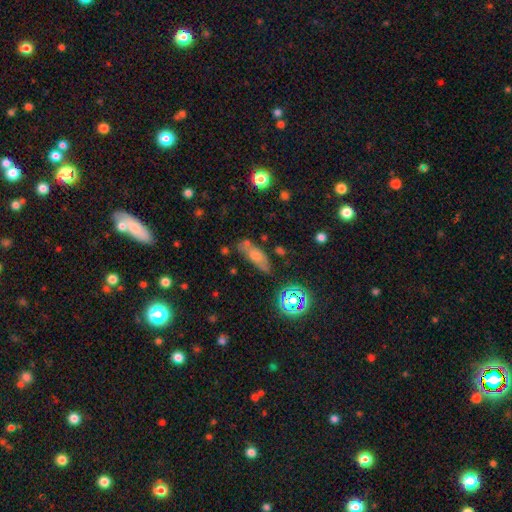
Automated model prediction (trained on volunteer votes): Q: Smooth or featured?
A: smooth (57%); runner-up: featured or disk (25%)
Q: How rounded?
A: in between (60%); runner-up: cigar-shaped (32%)
Q: Merging?
A: none (61%); runner-up: minor disturbance (21%)